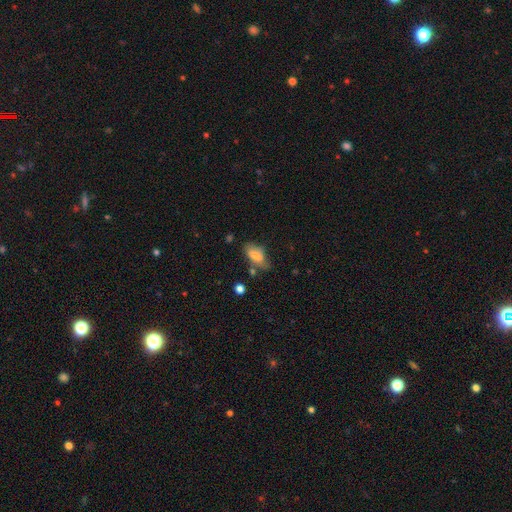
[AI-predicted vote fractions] Smooth or featured?
  - smooth: 67% *
  - featured or disk: 25%
  - star or artifact: 9%
How rounded?
  - in between: 82% *
  - cigar-shaped: 14%
  - round: 4%
Merging?
  - none: 58% *
  - minor disturbance: 28%
  - major disturbance: 8%
  - merger: 6%